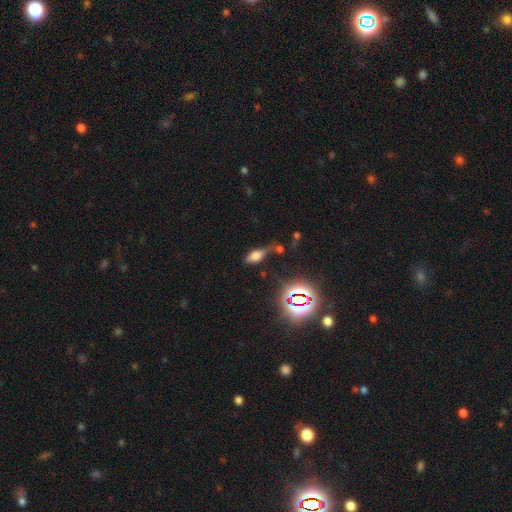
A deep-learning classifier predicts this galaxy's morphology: The model was most divided on "merging": none: 47%, minor disturbance: 25%, merger: 15%, major disturbance: 13%. More confident: how rounded — in between (81%); smooth or featured — smooth (59%).